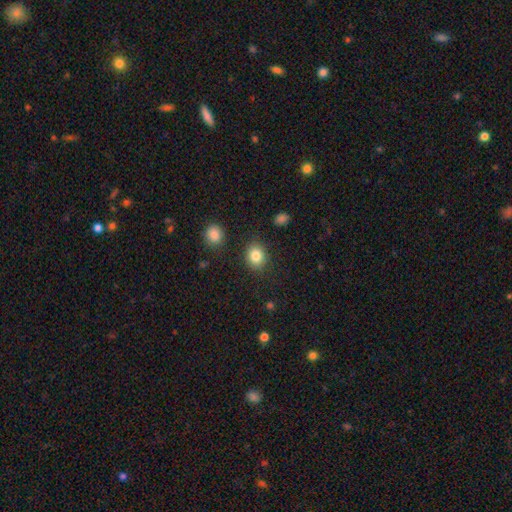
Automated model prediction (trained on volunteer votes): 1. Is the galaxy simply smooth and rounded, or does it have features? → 85% smooth, 9% star or artifact, 6% featured or disk.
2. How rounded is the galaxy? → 59% round, 40% in between, 1% cigar-shaped.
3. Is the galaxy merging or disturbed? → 85% none, 9% minor disturbance, 3% major disturbance, 3% merger.